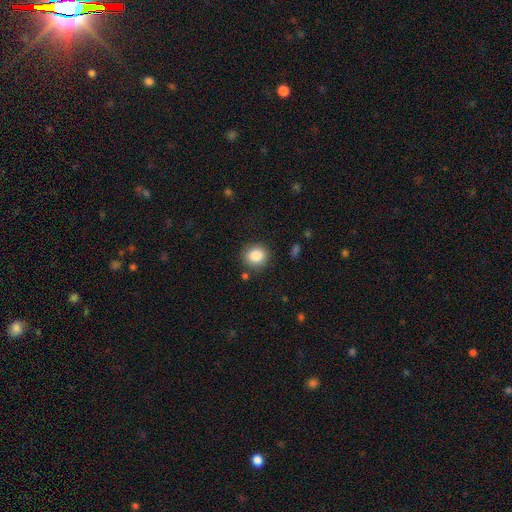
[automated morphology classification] type=smooth (86%); roundness=round (82%); merging=none (85%).